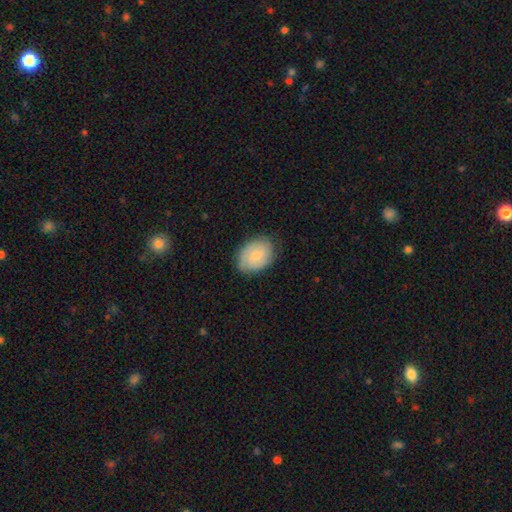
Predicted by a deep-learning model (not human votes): Smooth or featured? Predicted: smooth (p=0.54). How rounded? Predicted: in between (p=0.71). Merging? Predicted: none (p=0.78).